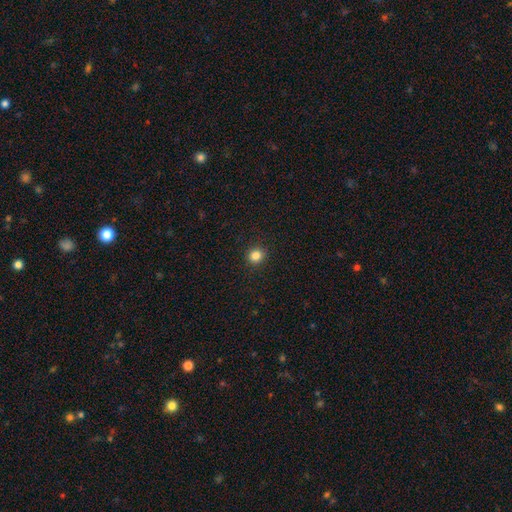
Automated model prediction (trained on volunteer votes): A smooth galaxy with no disk features (84%) that is round (88%). Merging: none (92%).